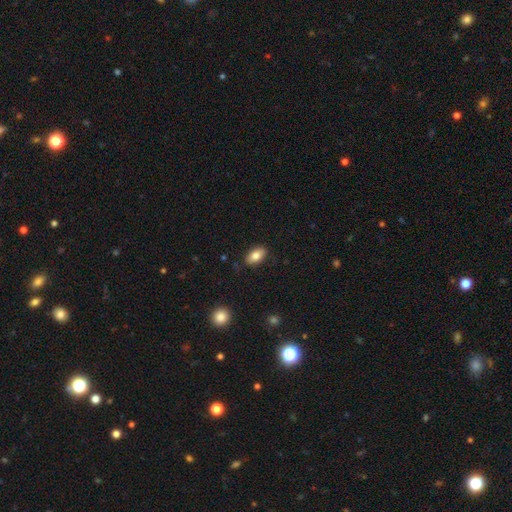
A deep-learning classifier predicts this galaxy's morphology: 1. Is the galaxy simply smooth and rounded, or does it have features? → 82% smooth, 11% featured or disk, 7% star or artifact.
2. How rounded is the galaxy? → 91% in between, 5% round, 4% cigar-shaped.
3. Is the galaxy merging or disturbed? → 87% none, 10% minor disturbance, 2% major disturbance, 1% merger.